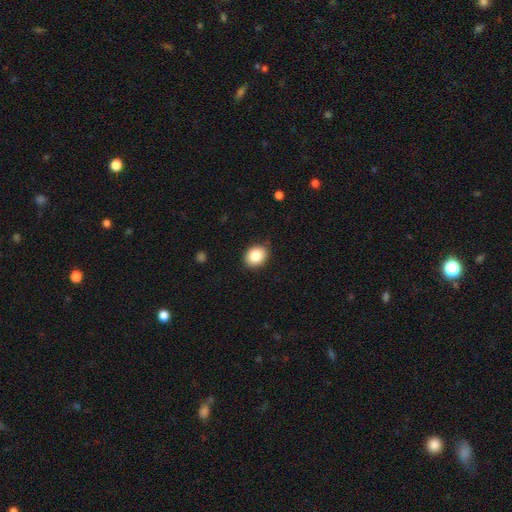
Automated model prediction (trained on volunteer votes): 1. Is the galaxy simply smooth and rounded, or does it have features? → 85% smooth, 8% star or artifact, 6% featured or disk.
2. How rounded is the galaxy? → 51% round, 48% in between, 1% cigar-shaped.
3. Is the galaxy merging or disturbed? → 86% none, 10% minor disturbance, 2% major disturbance, 1% merger.